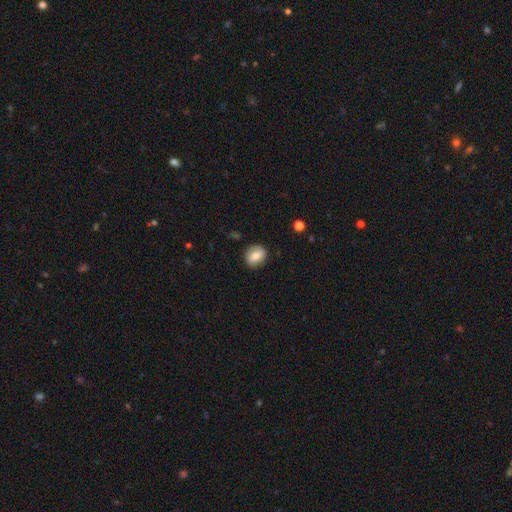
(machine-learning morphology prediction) smooth-or-featured: smooth: 70% | featured or disk: 22% | star or artifact: 8%
  how-rounded: round: 72% | in between: 27% | cigar-shaped: 1%
  merging: none: 86% | minor disturbance: 10% | major disturbance: 2% | merger: 1%